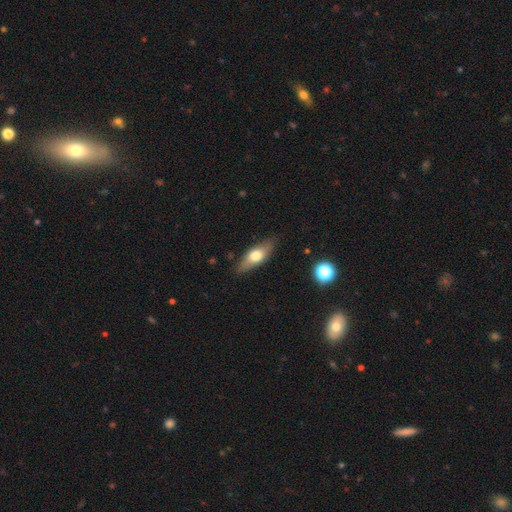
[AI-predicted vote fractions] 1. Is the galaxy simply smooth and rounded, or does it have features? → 59% smooth, 34% featured or disk, 6% star or artifact.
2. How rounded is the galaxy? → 64% in between, 32% cigar-shaped, 4% round.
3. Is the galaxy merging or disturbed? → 84% none, 12% minor disturbance, 2% major disturbance, 1% merger.